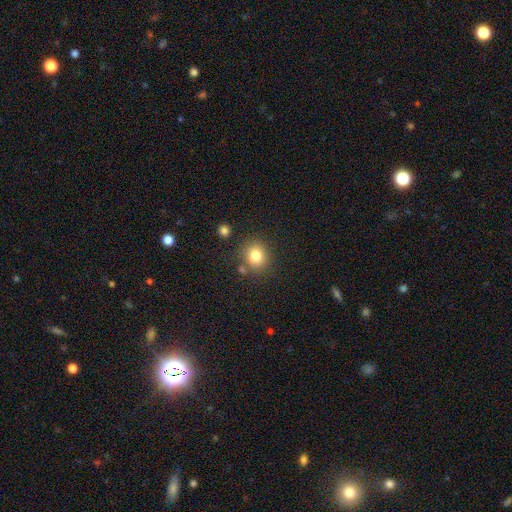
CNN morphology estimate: Smooth or featured: smooth — 80% (star or artifact — 12%)
How rounded: round — 81% (in between — 18%)
Merging: none — 79% (minor disturbance — 10%)